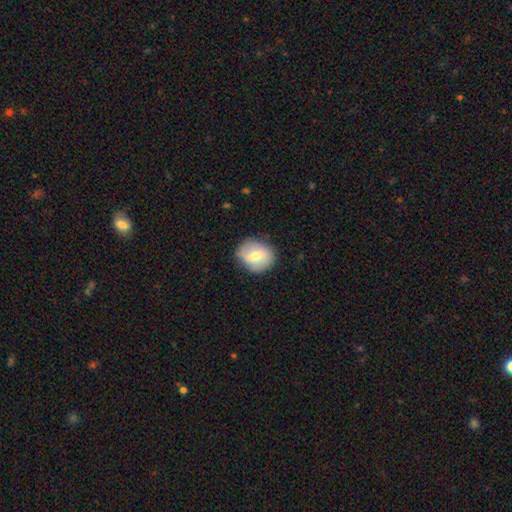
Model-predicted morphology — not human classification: A smooth galaxy with no disk features (64%) that is round (68%).

Vote fractions:
- Smooth or featured? smooth: 64% / featured or disk: 28% / star or artifact: 8%
- How rounded? round: 68% / in between: 31% / cigar-shaped: 1%
- Merging? none: 81% / minor disturbance: 15% / major disturbance: 4% / merger: 1%